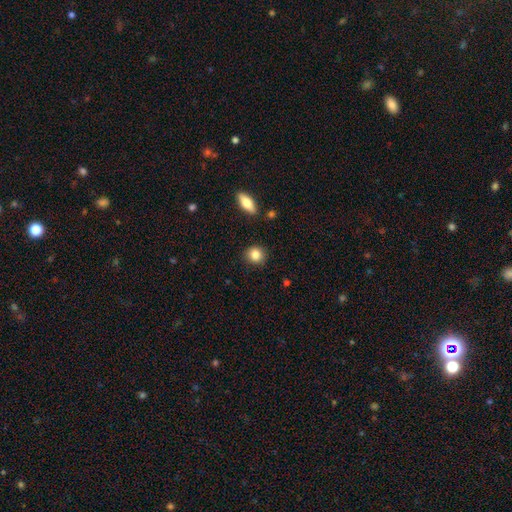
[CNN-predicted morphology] Smooth or featured? smooth (86%)
How rounded? round (83%)
Merging? none (88%)